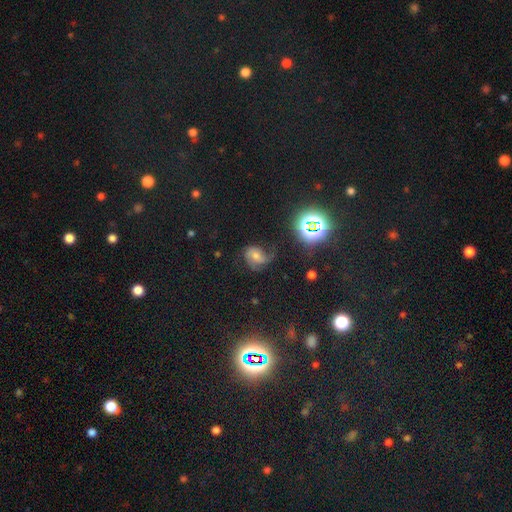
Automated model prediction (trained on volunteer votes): This appears to be a featured or disk galaxy (54%) with no bar (55%), spiral arms (91%) and a moderate central bulge (54%). Merging: none (57%).